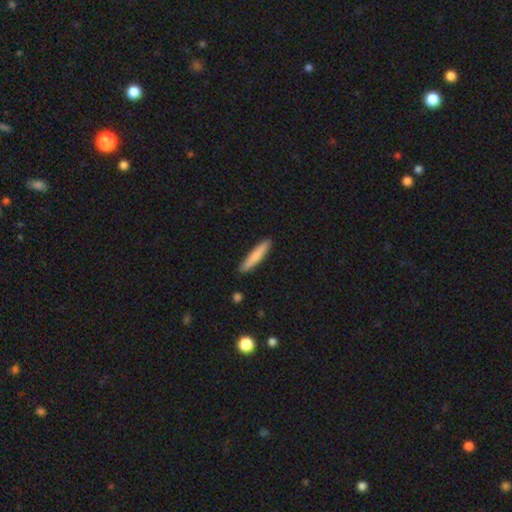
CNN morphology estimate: smooth_or_featured: smooth (p=0.75) [alt: featured or disk p=0.19]
how_rounded: cigar-shaped (p=0.92) [alt: in between p=0.07]
merging: none (p=0.90) [alt: minor disturbance p=0.07]